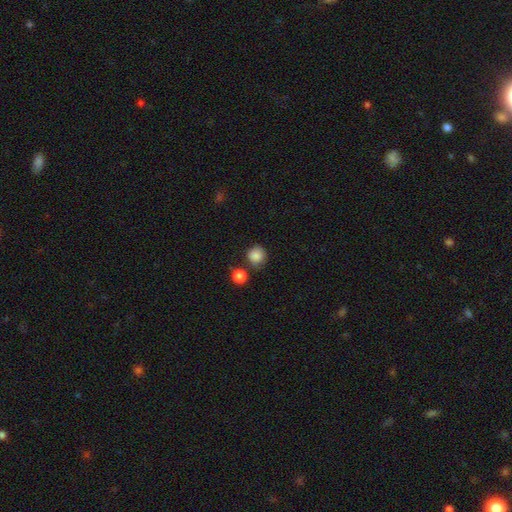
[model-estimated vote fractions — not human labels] A smooth galaxy with no disk features (86%) that is round (87%). Merging: none (73%).